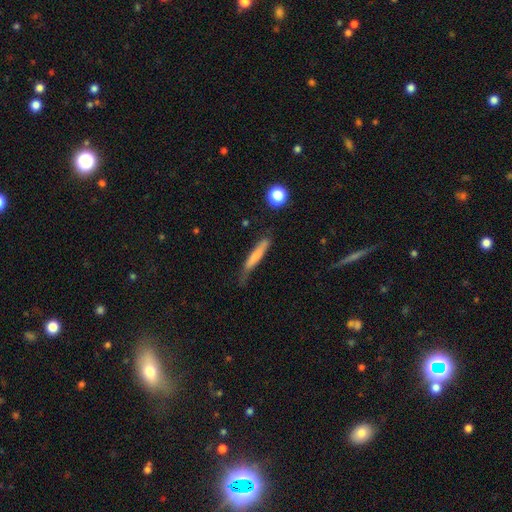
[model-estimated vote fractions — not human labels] This appears to be a smooth galaxy with no disk features (70%) that is cigar-shaped (92%). Merging: none (57%).